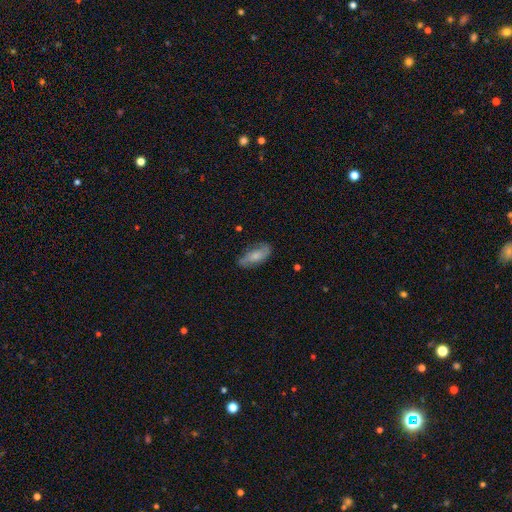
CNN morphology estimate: Smooth or featured: smooth — 62% (featured or disk — 32%)
How rounded: in between — 81% (cigar-shaped — 17%)
Merging: none — 72% (minor disturbance — 22%)